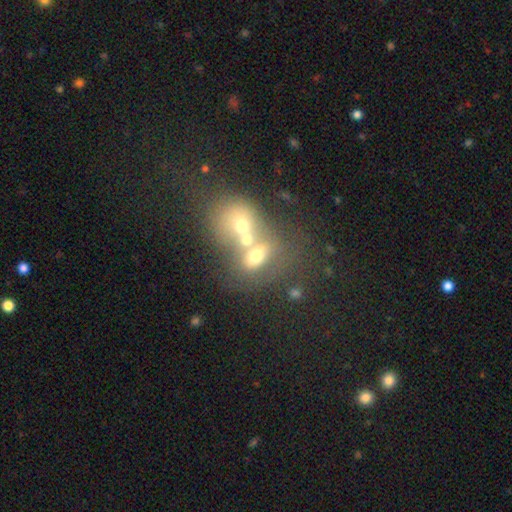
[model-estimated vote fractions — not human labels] Smooth or featured?
  - smooth: 58% *
  - featured or disk: 27%
  - star or artifact: 16%
How rounded?
  - in between: 54% *
  - round: 44%
  - cigar-shaped: 2%
Merging?
  - merger: 66% *
  - none: 21%
  - minor disturbance: 7%
  - major disturbance: 7%